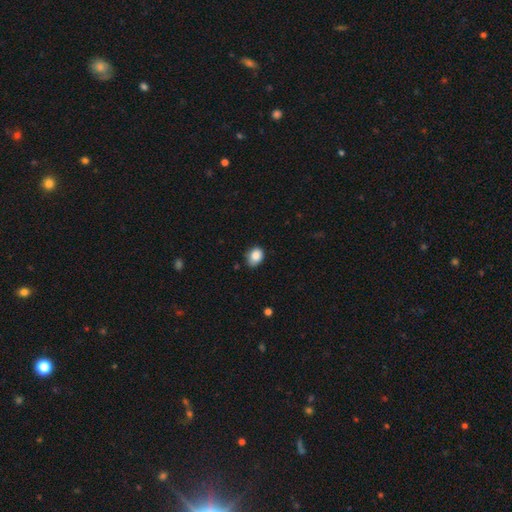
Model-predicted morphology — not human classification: The model was most divided on "how rounded": in between: 67%, round: 32%, cigar-shaped: 1%. More confident: smooth or featured — smooth (86%); merging — none (69%).